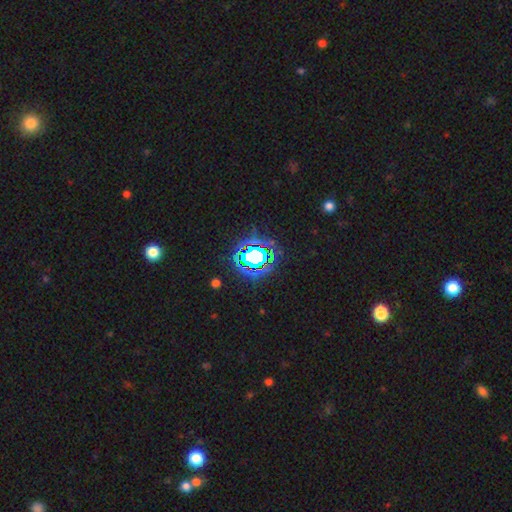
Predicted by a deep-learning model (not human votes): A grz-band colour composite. It shows a star or artifact, not a galaxy (71%).